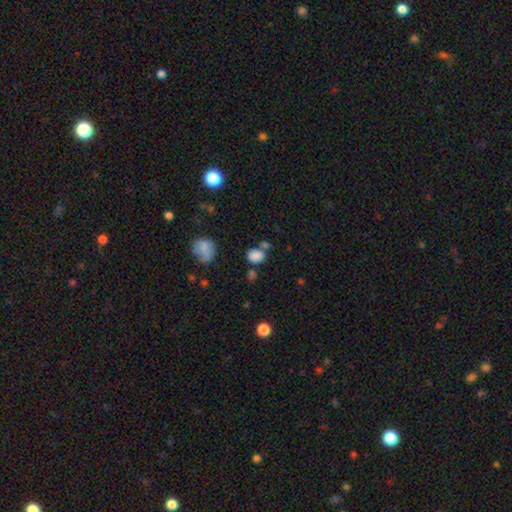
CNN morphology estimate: A smooth galaxy with no disk features (82%) that is in between round and cigar-shaped (52%).

Vote fractions:
- Smooth or featured? smooth: 82% / star or artifact: 12% / featured or disk: 6%
- How rounded? in between: 52% / round: 46% / cigar-shaped: 1%
- Merging? none: 62% / merger: 17% / minor disturbance: 15% / major disturbance: 6%